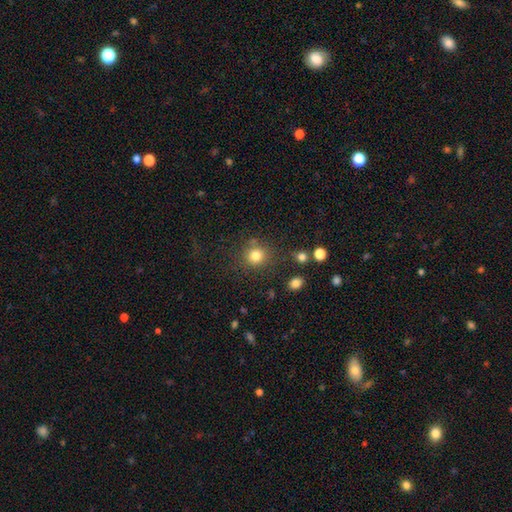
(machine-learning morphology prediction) A smooth galaxy with no disk features (81%) that is round (88%). Merging: none (79%).